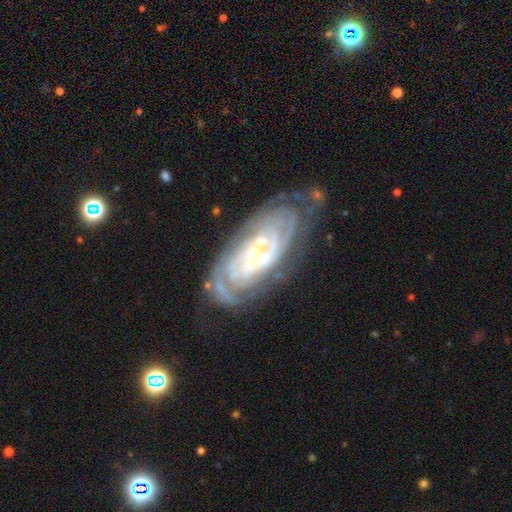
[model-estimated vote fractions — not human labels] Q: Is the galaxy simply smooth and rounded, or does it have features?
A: featured or disk — 86%.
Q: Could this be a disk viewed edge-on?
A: no — 93%.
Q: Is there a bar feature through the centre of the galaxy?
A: no — 60%.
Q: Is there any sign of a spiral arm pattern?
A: yes — 95%.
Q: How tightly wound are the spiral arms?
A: tight — 76%.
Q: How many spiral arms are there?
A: can't tell — 38%.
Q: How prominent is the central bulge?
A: small — 73%.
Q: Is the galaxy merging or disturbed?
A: none — 63%.